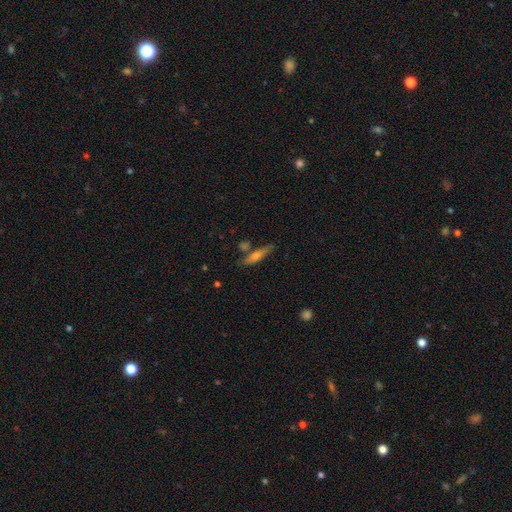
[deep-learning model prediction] smooth_or_featured: smooth (p=0.52) [alt: featured or disk p=0.40]
how_rounded: cigar-shaped (p=0.82) [alt: in between p=0.15]
merging: none (p=0.74) [alt: minor disturbance p=0.14]